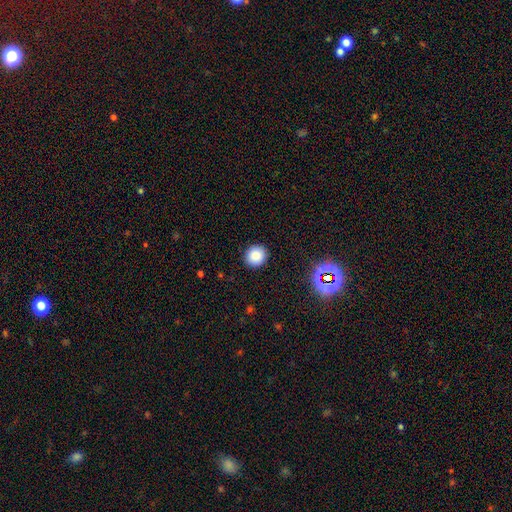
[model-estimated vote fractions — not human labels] Morphology: type=smooth (84%); roundness=round (85%); merging=none (91%).